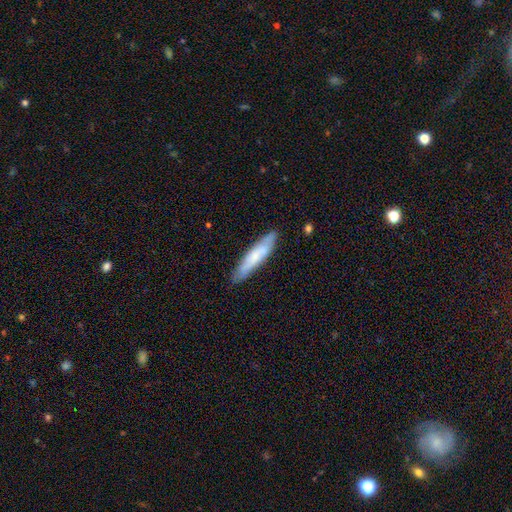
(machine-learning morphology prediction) This appears to be a smooth galaxy with no disk features (59%) that is cigar-shaped (83%). Merging: none (82%).